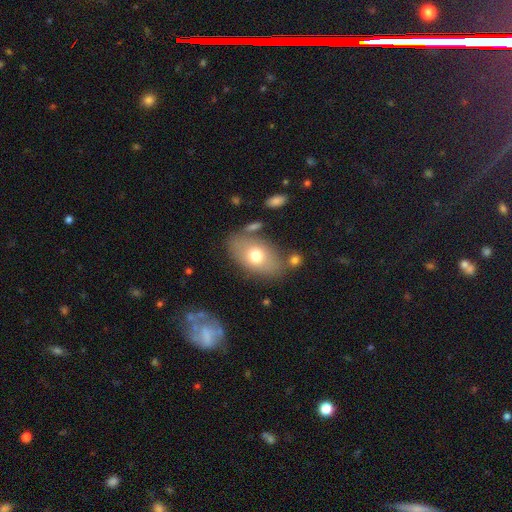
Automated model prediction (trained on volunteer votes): A smooth galaxy with no disk features (70%) that is in between round and cigar-shaped (88%). Merging: none (71%).